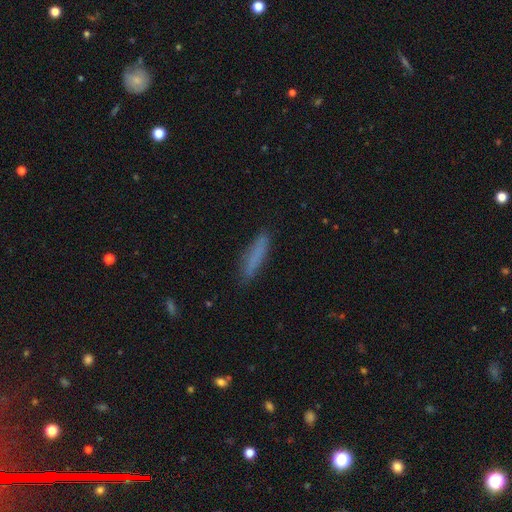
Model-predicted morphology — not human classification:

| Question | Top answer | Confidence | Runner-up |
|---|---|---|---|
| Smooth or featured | smooth | 78% | featured or disk (14%) |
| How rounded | cigar-shaped | 87% | in between (11%) |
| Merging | none | 86% | minor disturbance (10%) |